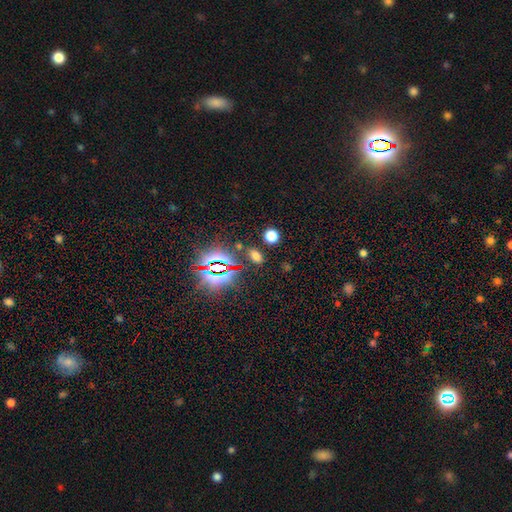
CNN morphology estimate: smooth_or_featured: smooth (p=0.59) [alt: star or artifact p=0.34]
how_rounded: in between (p=0.75) [alt: round p=0.21]
merging: none (p=0.83) [alt: minor disturbance p=0.08]